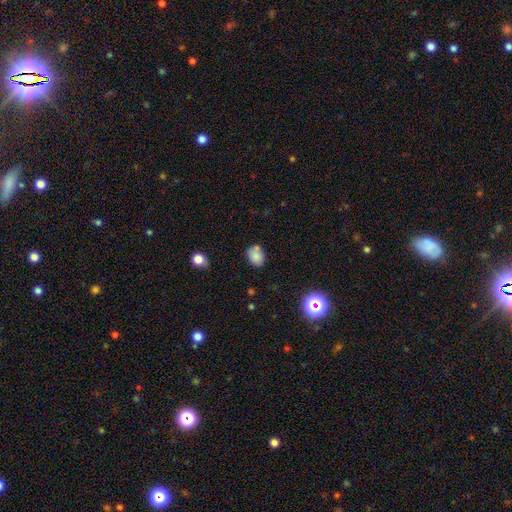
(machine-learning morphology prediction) Smooth or featured?
  - smooth: 80% *
  - star or artifact: 11%
  - featured or disk: 9%
How rounded?
  - in between: 63% *
  - round: 36%
  - cigar-shaped: 1%
Merging?
  - none: 63% *
  - minor disturbance: 18%
  - merger: 14%
  - major disturbance: 4%